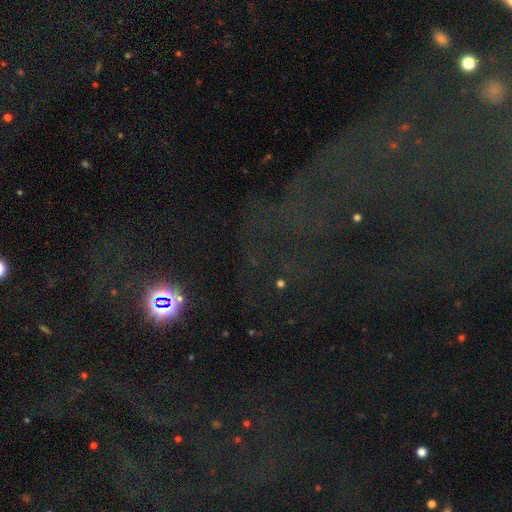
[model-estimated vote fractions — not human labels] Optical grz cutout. It shows a star or artifact, not a galaxy (75%).